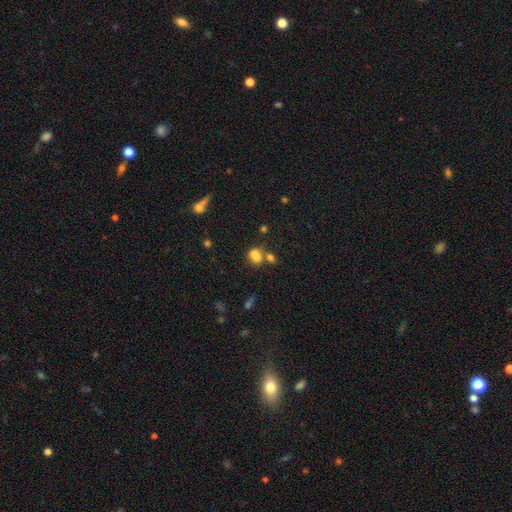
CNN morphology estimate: A smooth galaxy with no disk features (69%) that is in between round and cigar-shaped (54%).

Vote fractions:
- Smooth or featured? smooth: 69% / featured or disk: 16% / star or artifact: 15%
- How rounded? in between: 54% / round: 44% / cigar-shaped: 2%
- Merging? merger: 57% / none: 28% / minor disturbance: 9% / major disturbance: 6%